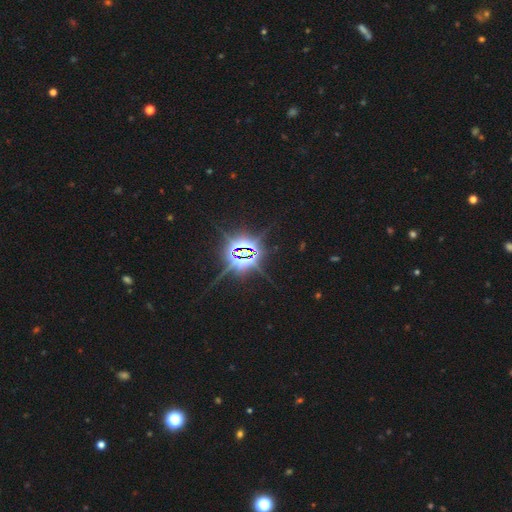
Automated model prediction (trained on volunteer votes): Smooth or featured? star or artifact (87%)